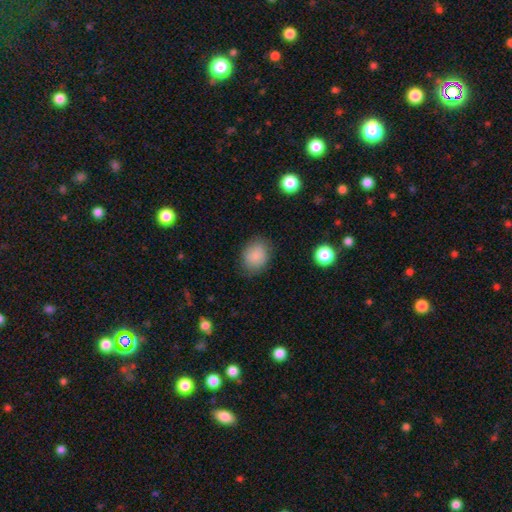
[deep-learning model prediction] Overall: smooth (85%). How rounded: in between (50%; round 49%). Merging: none (78%).